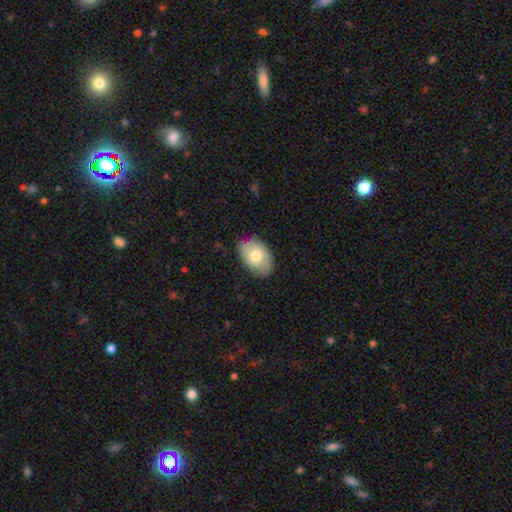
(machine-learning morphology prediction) smooth-or-featured: smooth: 67% | featured or disk: 26% | star or artifact: 7%
  how-rounded: in between: 85% | round: 14% | cigar-shaped: 1%
  merging: none: 75% | minor disturbance: 20% | major disturbance: 4% | merger: 1%